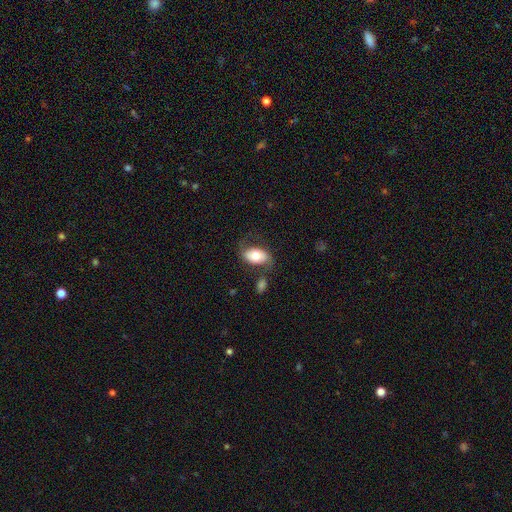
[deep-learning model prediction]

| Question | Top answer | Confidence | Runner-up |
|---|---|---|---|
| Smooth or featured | smooth | 64% | featured or disk (30%) |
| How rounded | in between | 91% | round (7%) |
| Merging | none | 57% | minor disturbance (21%) |